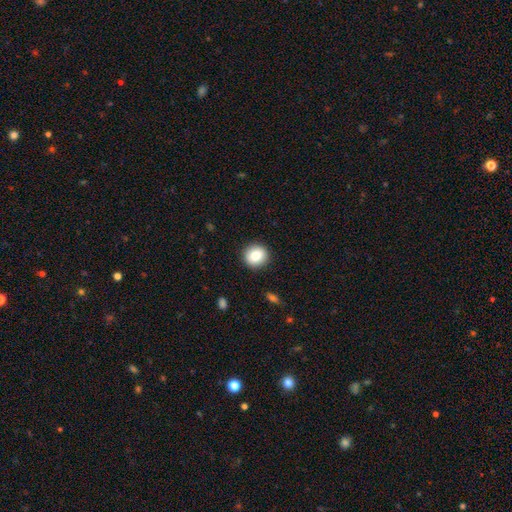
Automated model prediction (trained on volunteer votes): This is clearly a smooth galaxy (84%). How rounded: clearly round (91%). Merging: clearly none (91%).